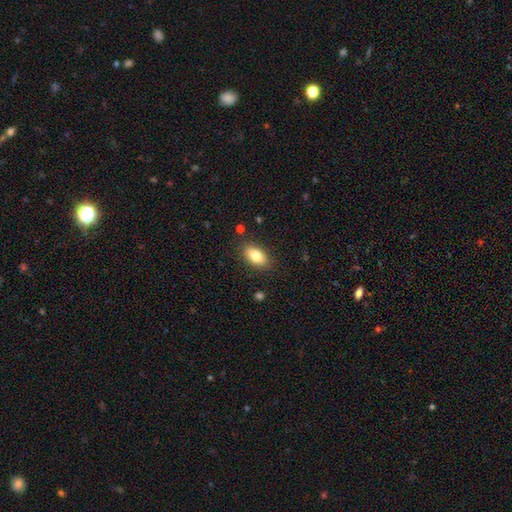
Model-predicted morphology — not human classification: smooth 83%, featured or disk 10%, star or artifact 8%. Down the decision tree: how rounded — in between (90%); merging — none (86%).